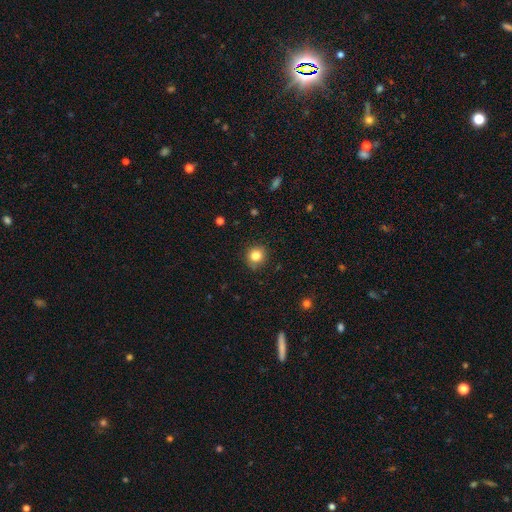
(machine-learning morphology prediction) This is clearly a smooth galaxy (83%). How rounded: clearly round (88%). Merging: clearly none (85%).